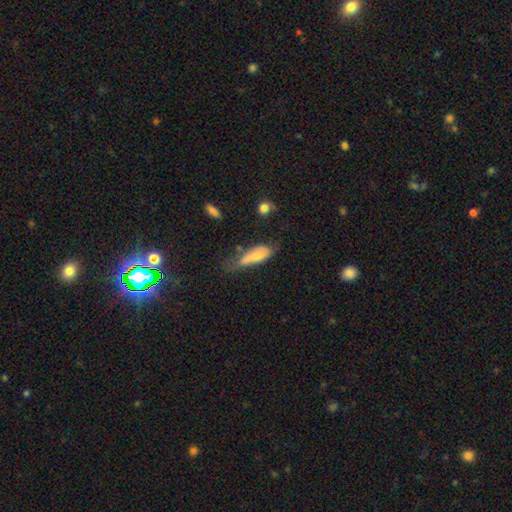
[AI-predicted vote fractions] Q: Smooth or featured?
A: smooth (70%); runner-up: featured or disk (23%)
Q: How rounded?
A: in between (58%); runner-up: cigar-shaped (40%)
Q: Merging?
A: minor disturbance (37%); runner-up: none (30%)